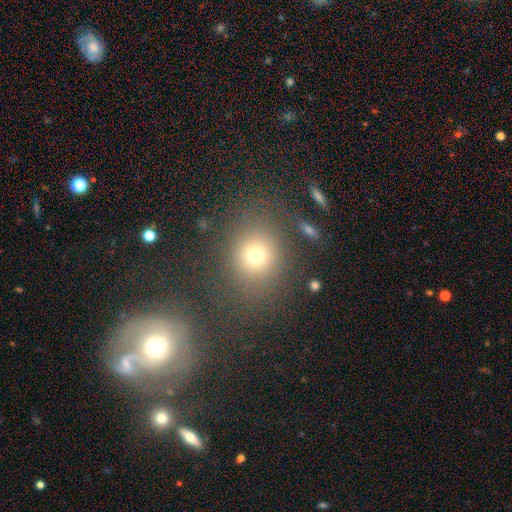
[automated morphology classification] This appears to be a smooth galaxy with no disk features (72%) that is round (74%). Merging: none (75%).